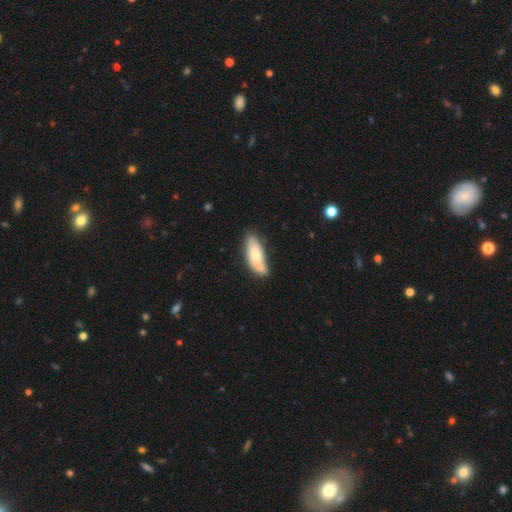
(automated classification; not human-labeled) Smooth or featured?
  - smooth: 68% *
  - featured or disk: 26%
  - star or artifact: 6%
How rounded?
  - in between: 66% *
  - cigar-shaped: 32%
  - round: 2%
Merging?
  - none: 60% *
  - minor disturbance: 25%
  - merger: 9%
  - major disturbance: 6%